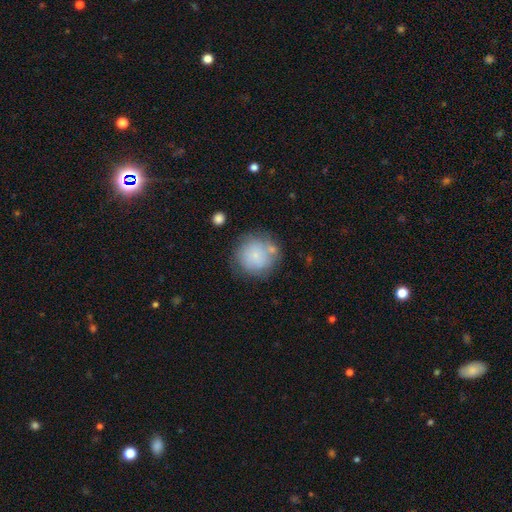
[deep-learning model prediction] A smooth galaxy with no disk features (75%) that is round (92%).

Vote fractions:
- Smooth or featured? smooth: 75% / featured or disk: 17% / star or artifact: 8%
- How rounded? round: 92% / in between: 7% / cigar-shaped: 1%
- Merging? none: 64% / minor disturbance: 18% / merger: 10% / major disturbance: 8%